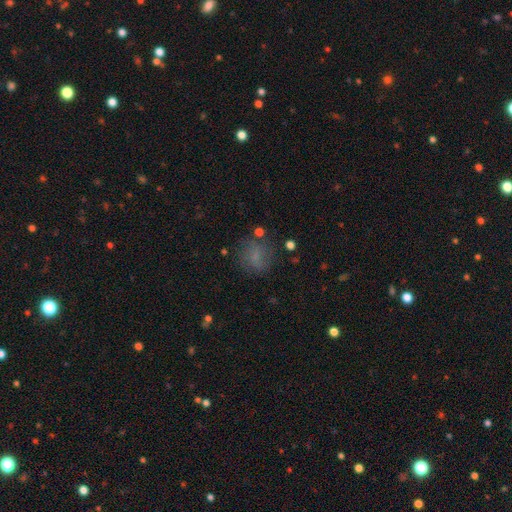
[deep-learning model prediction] This appears to be a smooth galaxy with no disk features (66%) that is round (77%). Merging: none (67%).